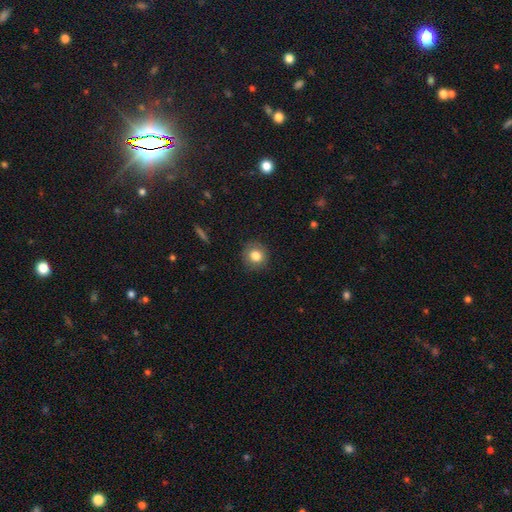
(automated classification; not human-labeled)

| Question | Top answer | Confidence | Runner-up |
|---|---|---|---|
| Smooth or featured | smooth | 81% | featured or disk (10%) |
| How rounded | round | 88% | in between (11%) |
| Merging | none | 88% | minor disturbance (9%) |